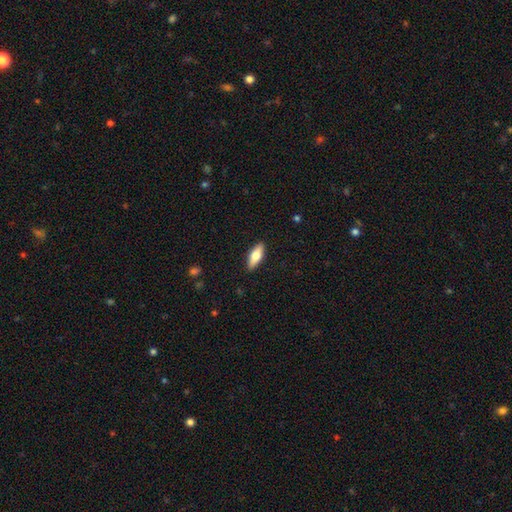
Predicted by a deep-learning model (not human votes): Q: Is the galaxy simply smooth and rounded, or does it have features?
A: smooth — 62%.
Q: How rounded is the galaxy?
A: in between — 61%.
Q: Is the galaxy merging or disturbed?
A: none — 88%.